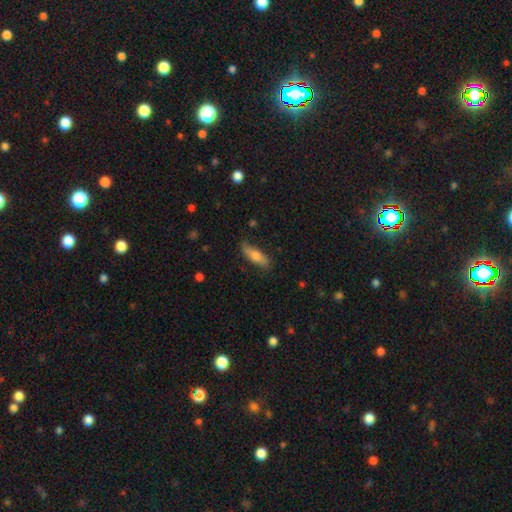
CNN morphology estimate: smooth-or-featured: smooth: 62% | featured or disk: 32% | star or artifact: 6%
  how-rounded: cigar-shaped: 51% | in between: 47% | round: 3%
  merging: none: 77% | minor disturbance: 18% | major disturbance: 3% | merger: 1%